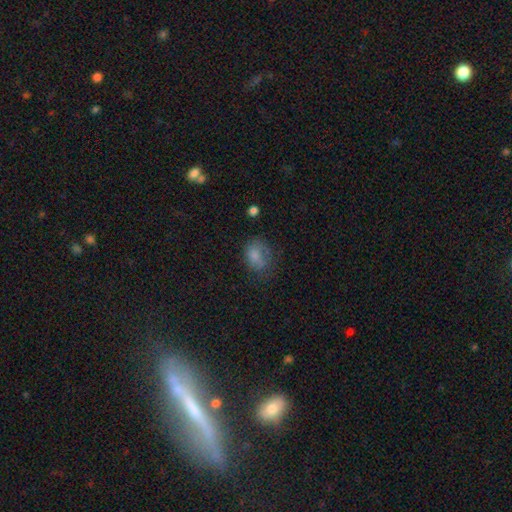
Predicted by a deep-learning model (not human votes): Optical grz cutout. It shows a smooth galaxy with no disk features (76%) that is in between round and cigar-shaped (65%). Merging: none (50%).